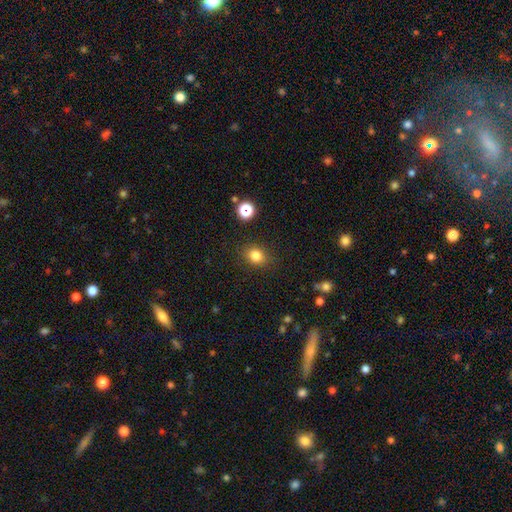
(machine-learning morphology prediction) type=smooth (81%); roundness=round (57%); merging=none (86%).